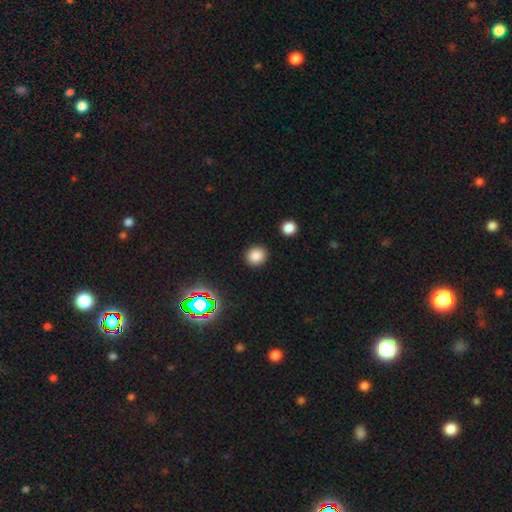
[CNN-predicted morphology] The model was most divided on "smooth or featured": smooth: 82%, star or artifact: 13%, featured or disk: 4%. More confident: merging — none (90%); how rounded — round (89%).